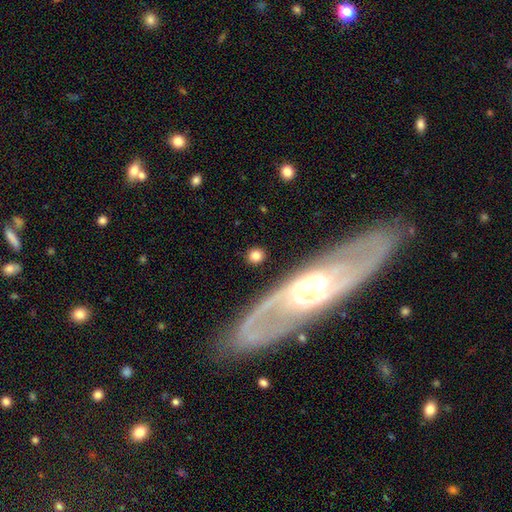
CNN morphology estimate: This appears to be a smooth galaxy with no disk features (76%) that is round (80%). Merging: none (84%).